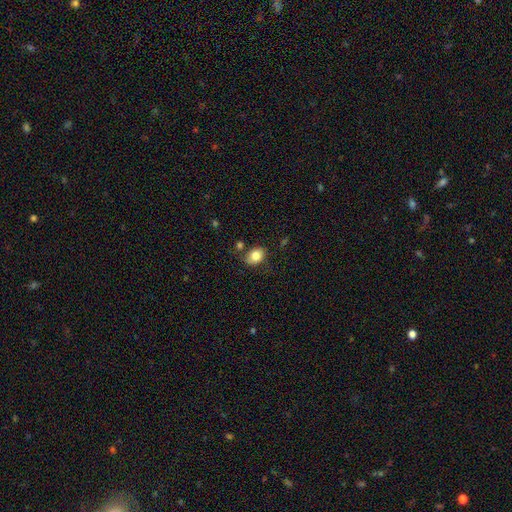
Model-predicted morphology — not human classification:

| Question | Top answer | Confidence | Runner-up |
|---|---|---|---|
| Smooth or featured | smooth | 83% | star or artifact (9%) |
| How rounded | in between | 65% | round (34%) |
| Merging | none | 72% | minor disturbance (17%) |